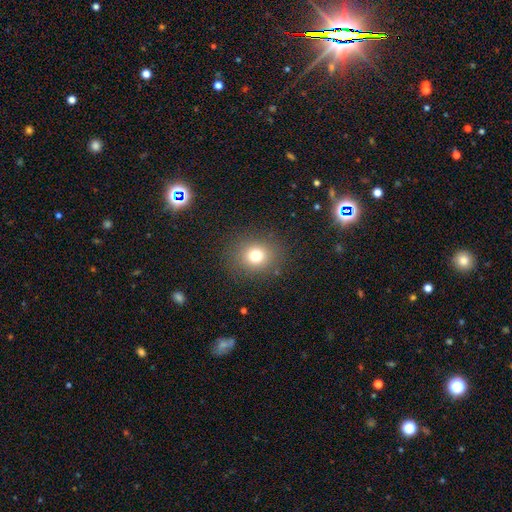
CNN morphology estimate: Smooth or featured? smooth (75%)
How rounded? round (76%)
Merging? none (87%)